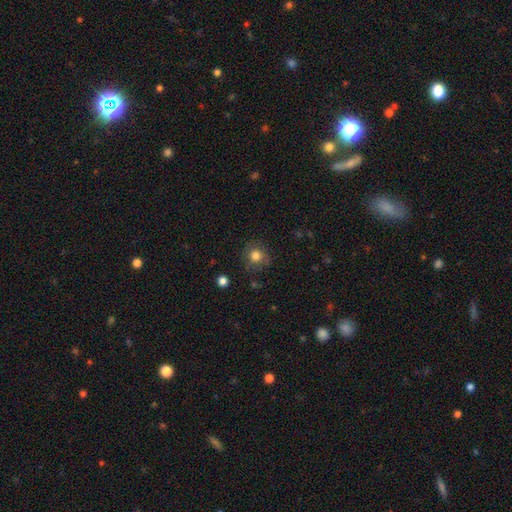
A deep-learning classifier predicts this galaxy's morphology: A smooth galaxy with no disk features (78%) that is round (88%). Merging: none (79%).